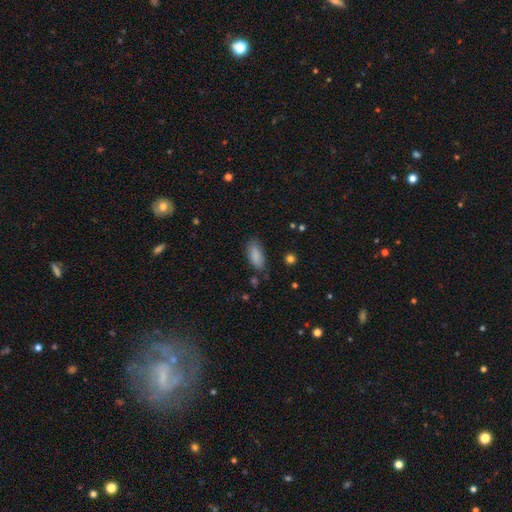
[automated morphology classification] smooth_or_featured: smooth (p=0.87) [alt: star or artifact p=0.07]
how_rounded: in between (p=0.87) [alt: cigar-shaped p=0.11]
merging: none (p=0.73) [alt: minor disturbance p=0.20]